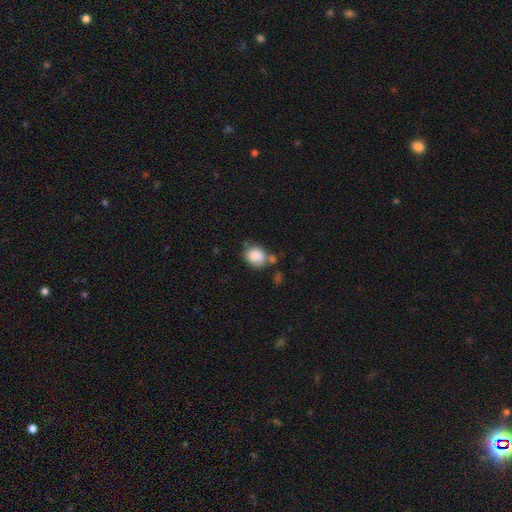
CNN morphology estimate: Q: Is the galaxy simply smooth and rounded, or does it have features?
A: smooth — 86%.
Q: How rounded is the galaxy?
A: round — 61%.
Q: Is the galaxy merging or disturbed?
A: none — 50%.